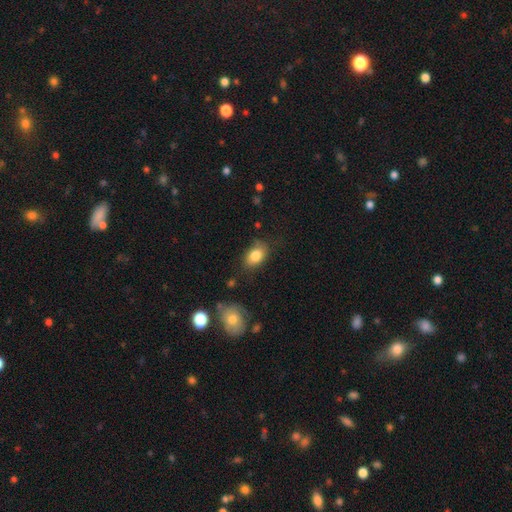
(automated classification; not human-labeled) Q: Smooth or featured?
A: smooth (82%); runner-up: featured or disk (10%)
Q: How rounded?
A: in between (82%); runner-up: round (16%)
Q: Merging?
A: none (70%); runner-up: minor disturbance (22%)